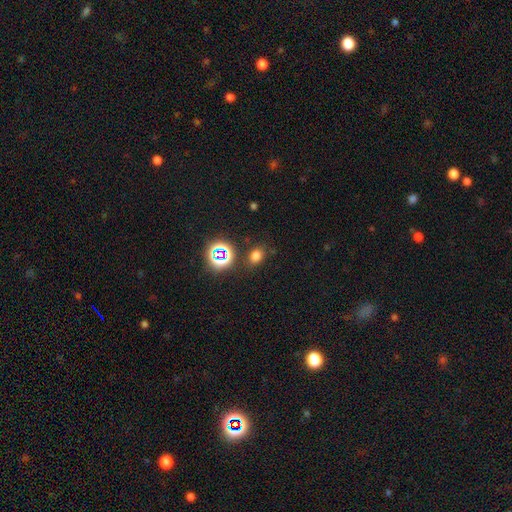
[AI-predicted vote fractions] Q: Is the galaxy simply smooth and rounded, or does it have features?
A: smooth — 69%.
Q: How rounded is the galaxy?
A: in between — 60%.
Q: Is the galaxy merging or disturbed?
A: none — 80%.